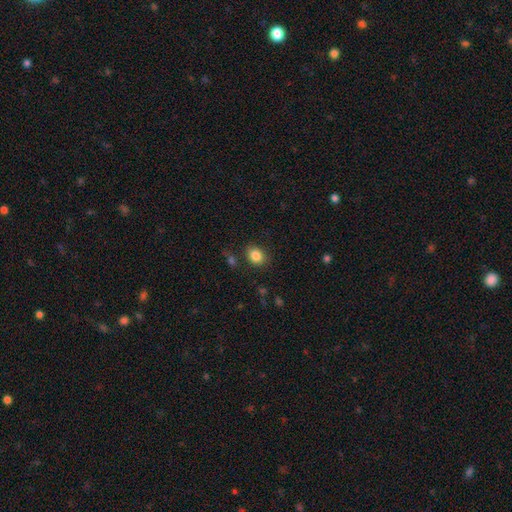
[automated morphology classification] Q: Smooth or featured?
A: smooth (84%); runner-up: star or artifact (10%)
Q: How rounded?
A: in between (53%); runner-up: round (46%)
Q: Merging?
A: none (81%); runner-up: minor disturbance (13%)